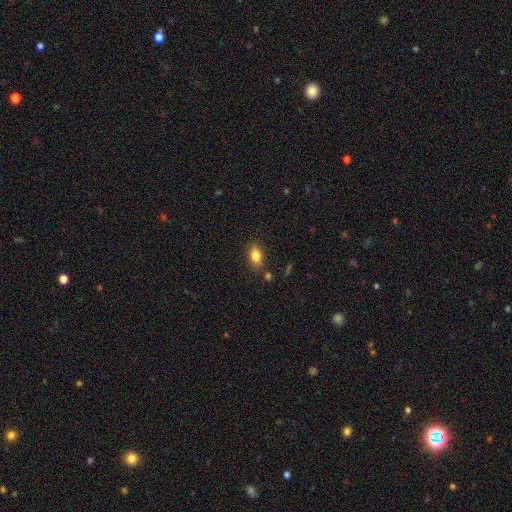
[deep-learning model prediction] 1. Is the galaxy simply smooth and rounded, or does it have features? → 83% smooth, 9% star or artifact, 9% featured or disk.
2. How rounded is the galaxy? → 87% in between, 10% round, 4% cigar-shaped.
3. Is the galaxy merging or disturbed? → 82% none, 11% minor disturbance, 4% merger, 3% major disturbance.